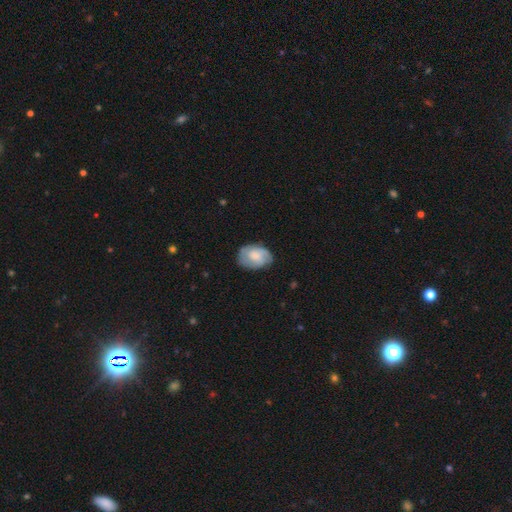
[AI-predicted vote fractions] smooth 49%, featured or disk 45%, star or artifact 7%. Down the decision tree: merging — none (72%).